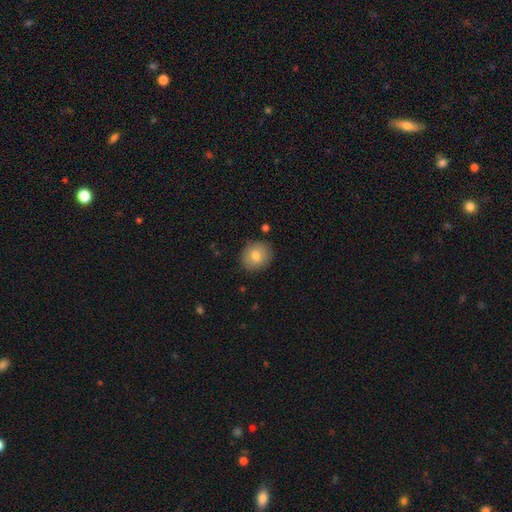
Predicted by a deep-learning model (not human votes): Smooth or featured? Predicted: smooth (p=0.79). How rounded? Predicted: round (p=0.81). Merging? Predicted: none (p=0.87).